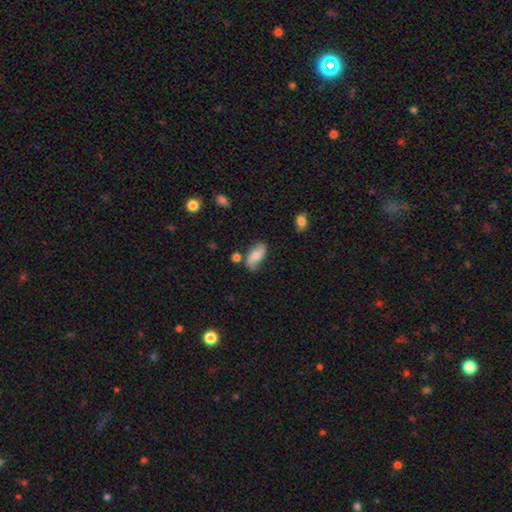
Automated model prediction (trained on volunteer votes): A featured or disk galaxy (49%). Merging: none (67%).